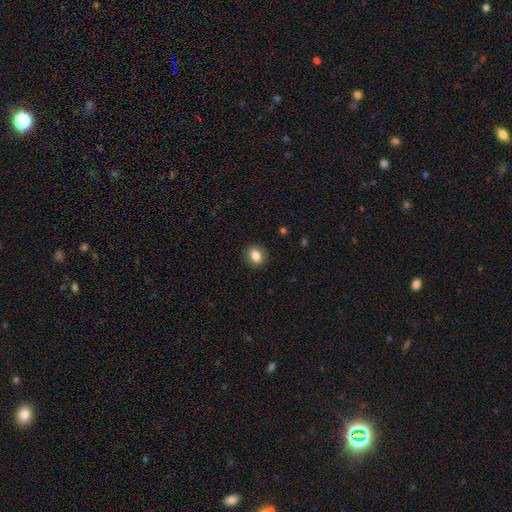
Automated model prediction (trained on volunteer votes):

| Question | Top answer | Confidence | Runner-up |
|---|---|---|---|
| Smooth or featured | smooth | 84% | star or artifact (9%) |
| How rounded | round | 50% | in between (49%) |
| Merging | none | 86% | minor disturbance (11%) |